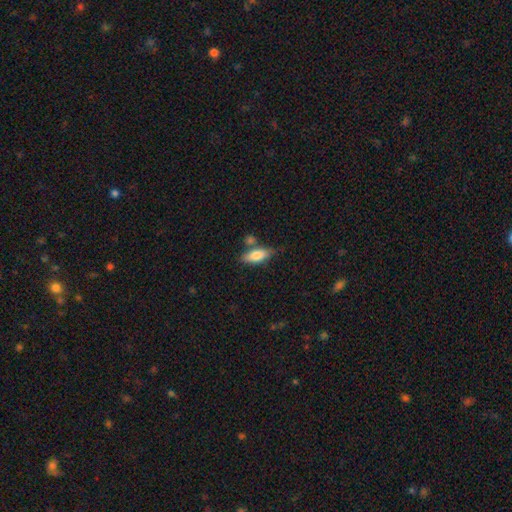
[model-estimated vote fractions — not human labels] This appears to be a smooth galaxy with no disk features (76%) that is in between round and cigar-shaped (72%). Merging: none (62%).